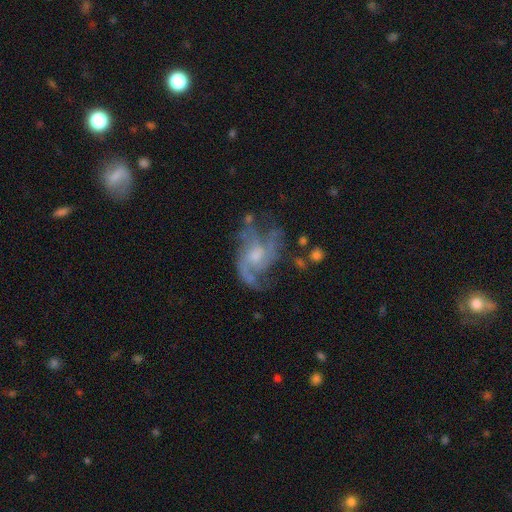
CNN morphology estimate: smooth-or-featured: featured or disk: 80% | smooth: 12% | star or artifact: 8%
  disk-edge-on: no: 97% | yes: 3%
    bar: no: 62% | weak: 33% | strong: 5%
    has-spiral-arms: yes: 86% | no: 14%
      spiral-winding: loose: 43% | medium: 42% | tight: 14%
      spiral-arm-count: 2: 32% | can't tell: 24% | 3: 24% | 4: 8% | 1: 8% | more than 4: 5%
    bulge-size: moderate: 49% | small: 31% | none: 11% | large: 7% | dominant: 1%
  merging: none: 49% | major disturbance: 26% | minor disturbance: 21% | merger: 4%